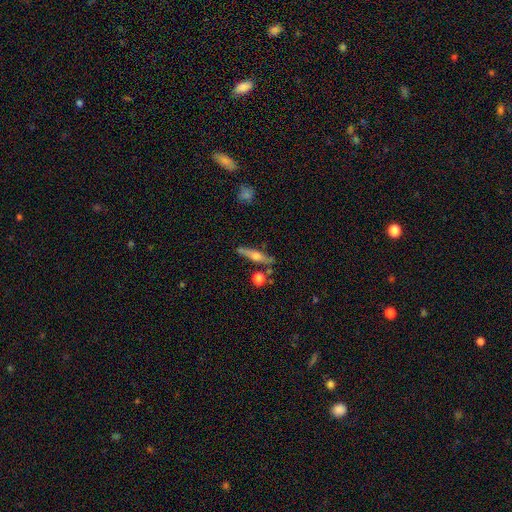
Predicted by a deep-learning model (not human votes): smooth-or-featured: featured or disk: 63% | smooth: 29% | star or artifact: 8%
  disk-edge-on: yes: 94% | no: 6%
    edge-on-bulge: rounded: 89% | none: 6% | boxy: 5%
  merging: none: 81% | minor disturbance: 11% | merger: 5% | major disturbance: 3%